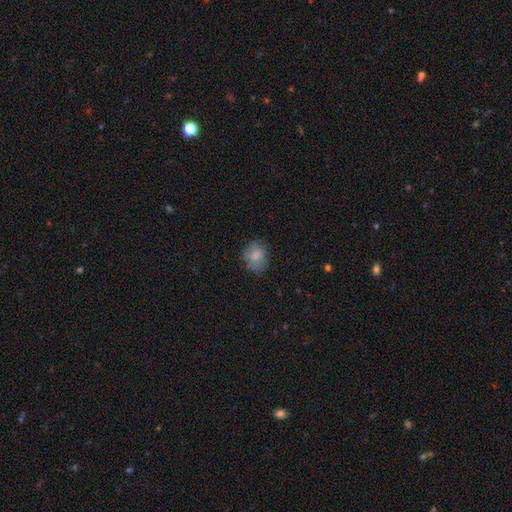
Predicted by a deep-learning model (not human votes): smooth_or_featured: smooth (p=0.78) [alt: featured or disk p=0.13]
how_rounded: round (p=0.56) [alt: in between p=0.43]
merging: none (p=0.72) [alt: minor disturbance p=0.20]